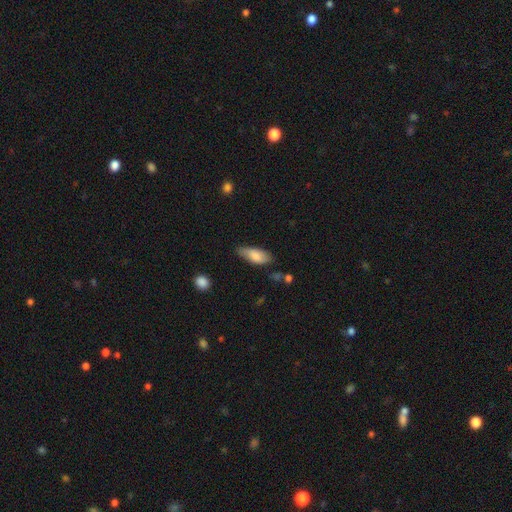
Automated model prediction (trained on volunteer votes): This appears to be a smooth galaxy with no disk features (79%) that is in between round and cigar-shaped (79%). Merging: none (65%).